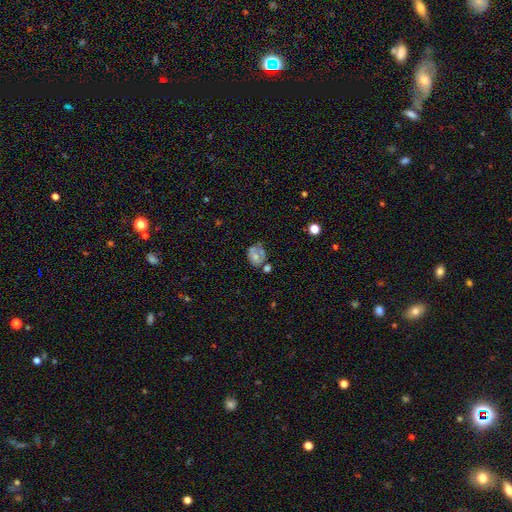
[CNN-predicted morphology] A featured or disk galaxy (45%, tied with smooth). Merging: none (41%).